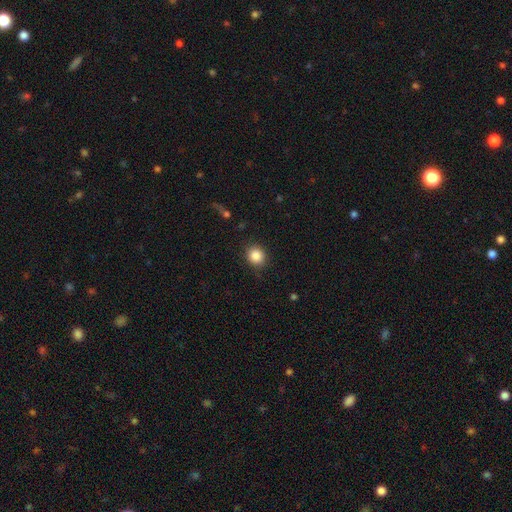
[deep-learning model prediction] smooth-or-featured: smooth: 86% | star or artifact: 10% | featured or disk: 4%
  how-rounded: round: 82% | in between: 17% | cigar-shaped: 1%
  merging: none: 87% | minor disturbance: 9% | major disturbance: 3% | merger: 1%